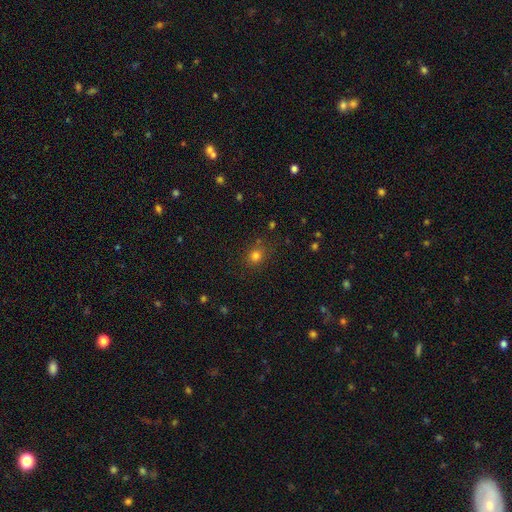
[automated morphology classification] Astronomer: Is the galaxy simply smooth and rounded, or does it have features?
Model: smooth — 78%.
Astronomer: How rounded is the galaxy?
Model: round — 76%.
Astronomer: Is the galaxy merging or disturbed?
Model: none — 82%.